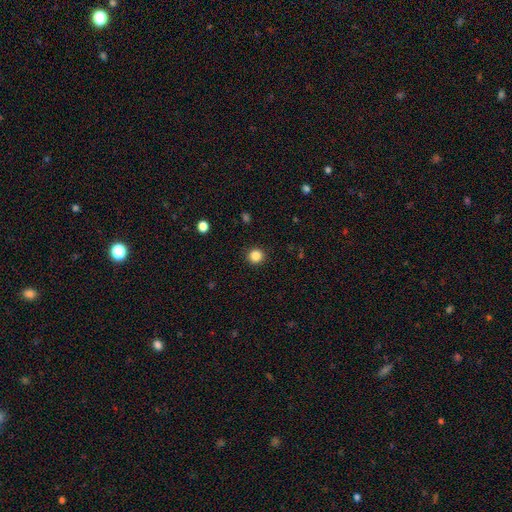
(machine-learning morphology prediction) A smooth galaxy with no disk features (85%) that is round (94%).

Vote fractions:
- Smooth or featured? smooth: 85% / star or artifact: 12% / featured or disk: 4%
- How rounded? round: 94% / in between: 5% / cigar-shaped: 1%
- Merging? none: 92% / minor disturbance: 5% / major disturbance: 2% / merger: 1%